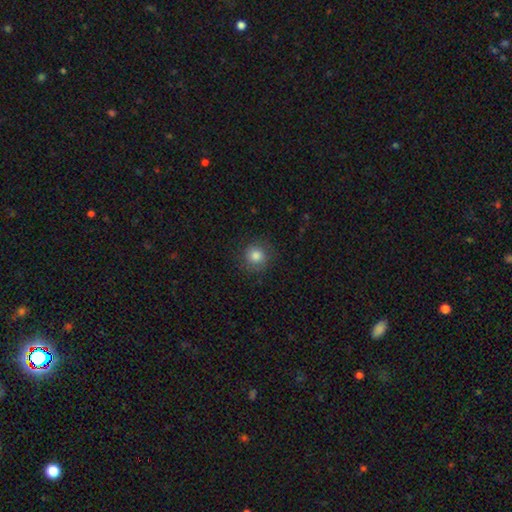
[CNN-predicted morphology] Q: Smooth or featured?
A: smooth (83%); runner-up: star or artifact (10%)
Q: How rounded?
A: round (92%); runner-up: in between (7%)
Q: Merging?
A: none (84%); runner-up: minor disturbance (11%)